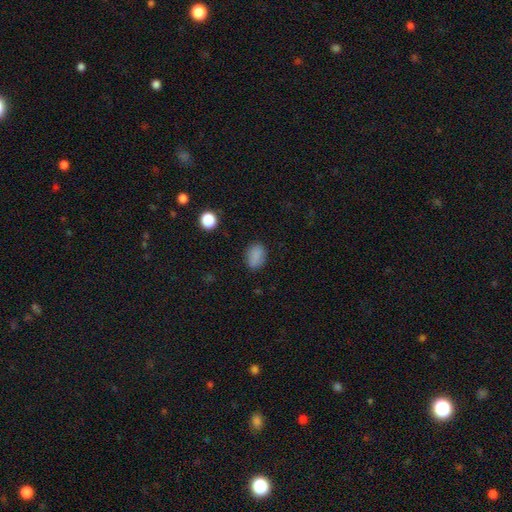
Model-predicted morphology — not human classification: smooth 85%, star or artifact 11%, featured or disk 4%. Down the decision tree: how rounded — in between (78%); merging — none (82%).